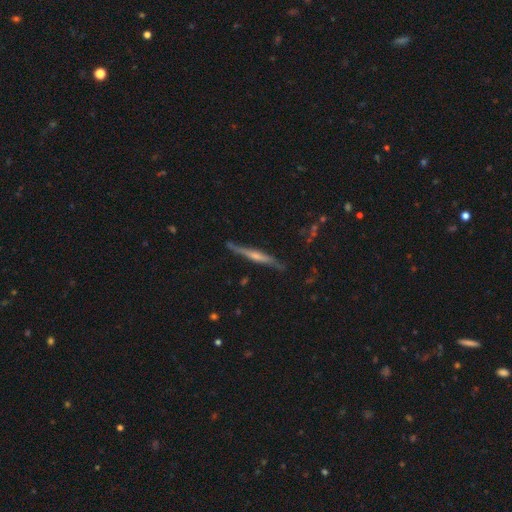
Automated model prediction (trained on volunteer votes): Smooth or featured? Predicted: featured or disk (p=0.73). Edge-on disk? Predicted: yes (p=0.96). Edge-on bulge? Predicted: rounded (p=0.65). Merging? Predicted: none (p=0.83).